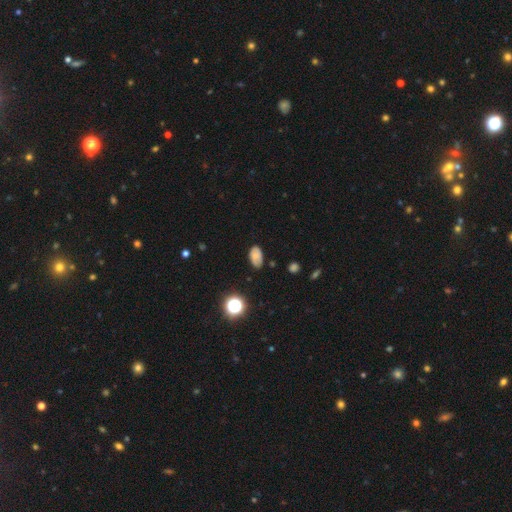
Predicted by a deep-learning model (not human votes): Overall: smooth (67%). How rounded: in between (91%). Merging: none (70%).